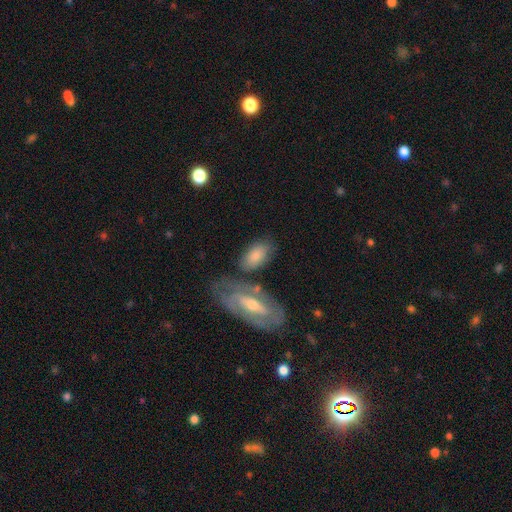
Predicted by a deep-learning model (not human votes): Q: Smooth or featured?
A: smooth (73%); runner-up: featured or disk (21%)
Q: How rounded?
A: in between (91%); runner-up: cigar-shaped (5%)
Q: Merging?
A: none (61%); runner-up: minor disturbance (18%)